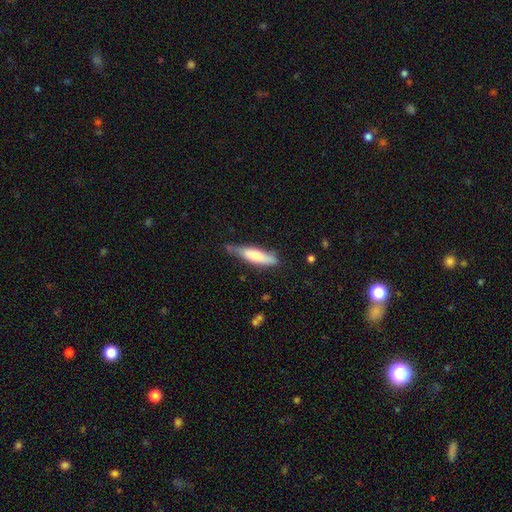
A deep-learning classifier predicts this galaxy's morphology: Smooth or featured? smooth (67%)
How rounded? cigar-shaped (72%)
Merging? none (54%)